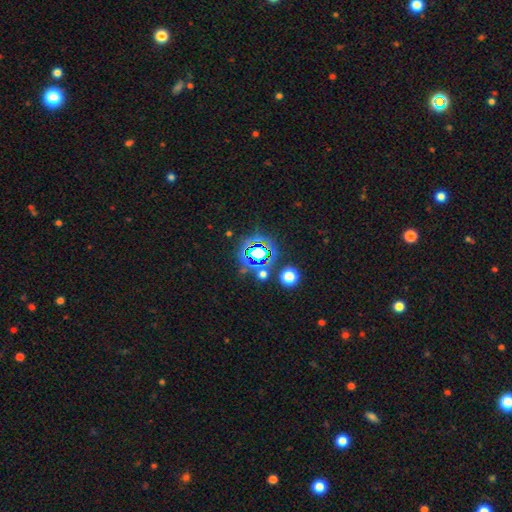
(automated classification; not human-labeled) star or artifact 68%, smooth 21%, featured or disk 11%.